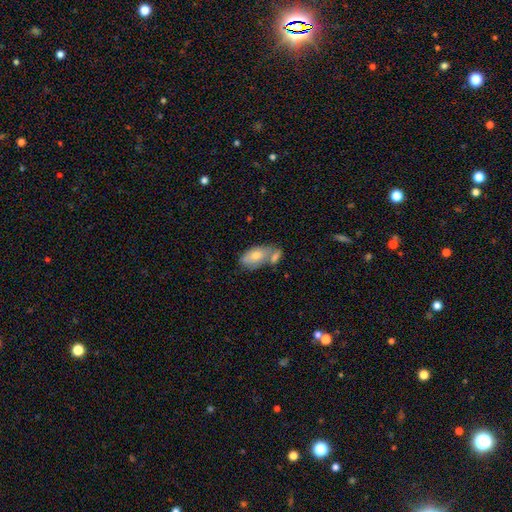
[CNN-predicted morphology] Smooth or featured? Predicted: smooth (p=0.64). How rounded? Predicted: in between (p=0.90). Merging? Predicted: none (p=0.40).